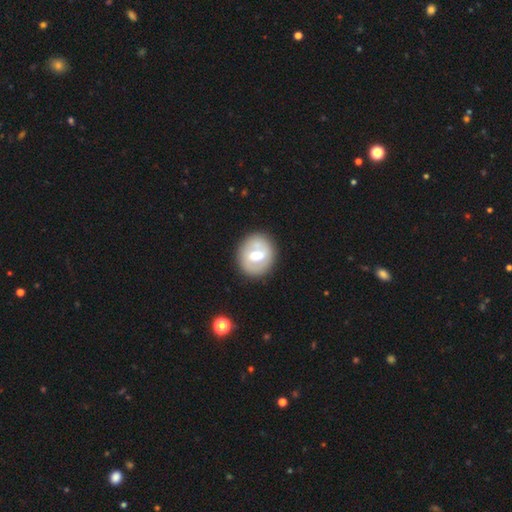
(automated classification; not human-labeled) Morphology: type=featured or disk (54%); edge-on=no (95%); bar=weak (46%); spiral arms=no (62%); bulge=moderate (70%); merging=none (79%).